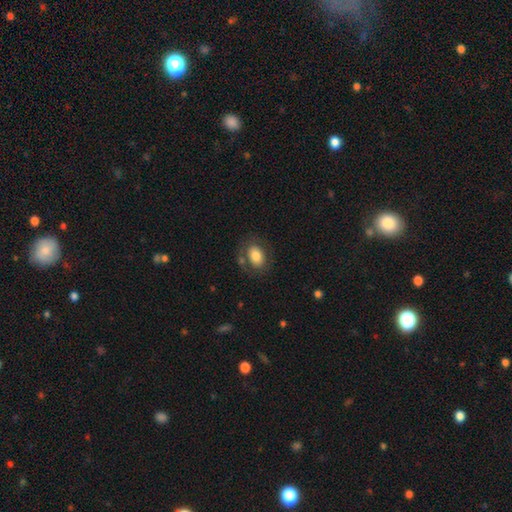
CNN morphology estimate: Smooth or featured? smooth (78%)
How rounded? in between (79%)
Merging? none (72%)